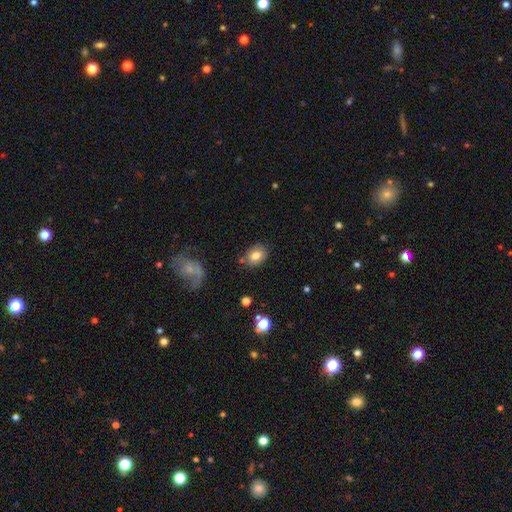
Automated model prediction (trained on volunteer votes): A smooth galaxy with no disk features (79%) that is in between round and cigar-shaped (61%).

Vote fractions:
- Smooth or featured? smooth: 79% / featured or disk: 12% / star or artifact: 10%
- How rounded? in between: 61% / round: 38% / cigar-shaped: 1%
- Merging? none: 79% / minor disturbance: 14% / merger: 4% / major disturbance: 3%